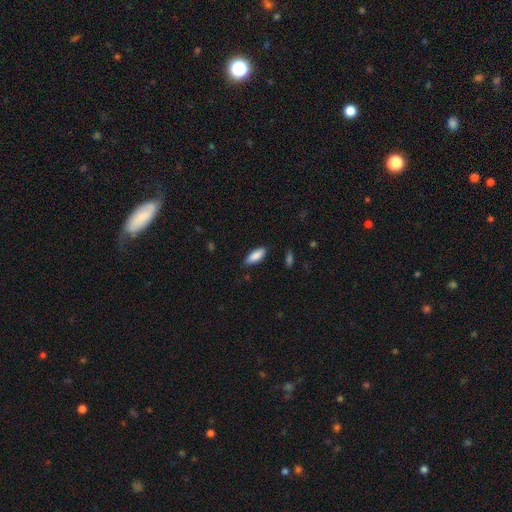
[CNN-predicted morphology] Overall: smooth (88%). How rounded: in between (75%). Merging: none (85%).